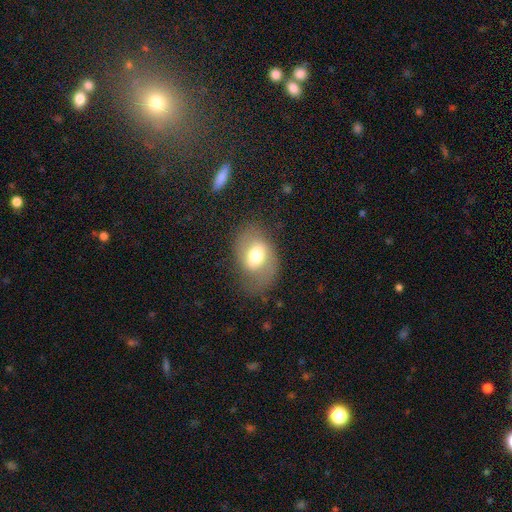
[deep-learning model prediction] Smooth or featured? smooth (52%)
How rounded? in between (81%)
Merging? none (65%)